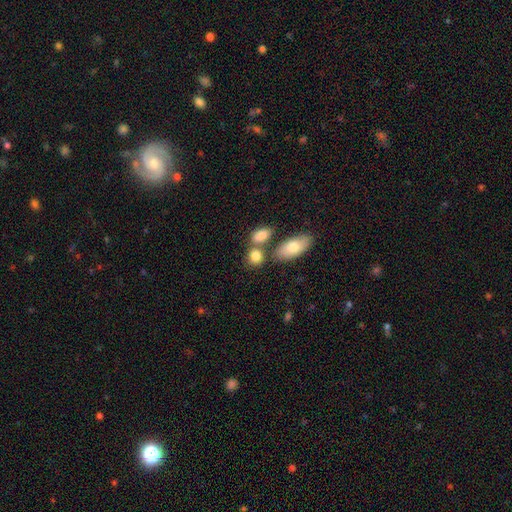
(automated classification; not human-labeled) smooth 83%, featured or disk 9%, star or artifact 8%. Down the decision tree: how rounded — in between (53%); merging — none (54%).